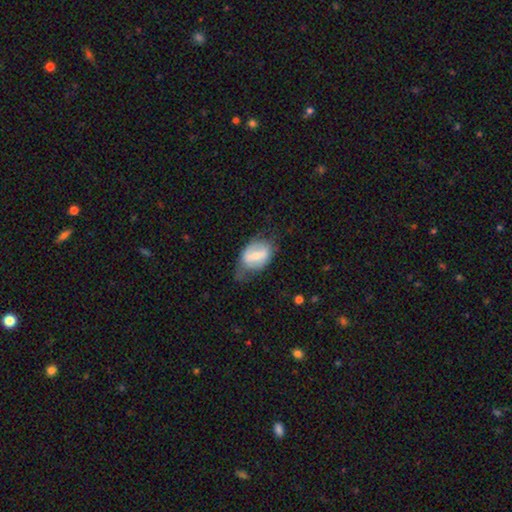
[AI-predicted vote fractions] Overall: featured or disk (50%; smooth 44%). Merging: none (43%; minor disturbance 35%).